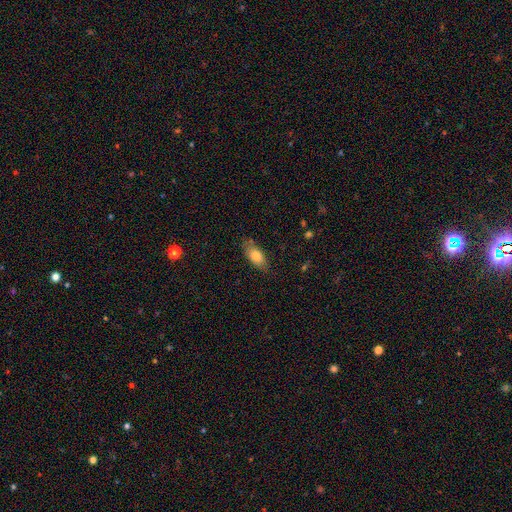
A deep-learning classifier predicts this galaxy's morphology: smooth 78%, featured or disk 14%, star or artifact 8%. Down the decision tree: how rounded — in between (86%); merging — none (75%).